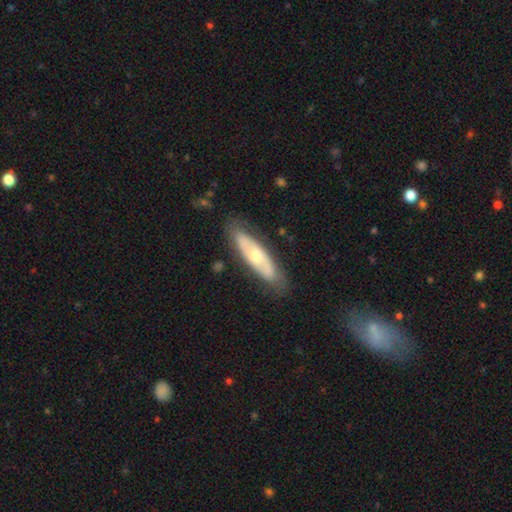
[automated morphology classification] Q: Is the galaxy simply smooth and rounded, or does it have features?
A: featured or disk — 55%.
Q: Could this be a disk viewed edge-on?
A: no — 67%.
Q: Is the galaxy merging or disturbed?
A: none — 81%.